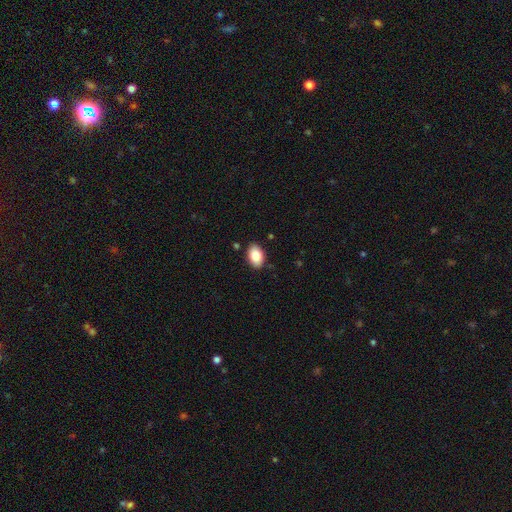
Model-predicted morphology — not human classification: Q: Smooth or featured?
A: smooth (86%); runner-up: star or artifact (7%)
Q: How rounded?
A: in between (89%); runner-up: round (9%)
Q: Merging?
A: none (87%); runner-up: minor disturbance (10%)